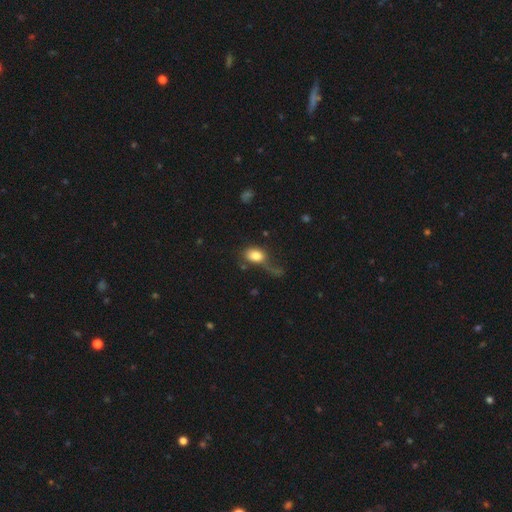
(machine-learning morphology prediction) Smooth or featured?
  - smooth: 80% *
  - featured or disk: 12%
  - star or artifact: 8%
How rounded?
  - in between: 73% *
  - round: 25%
  - cigar-shaped: 2%
Merging?
  - major disturbance: 36% *
  - none: 34%
  - minor disturbance: 21%
  - merger: 9%